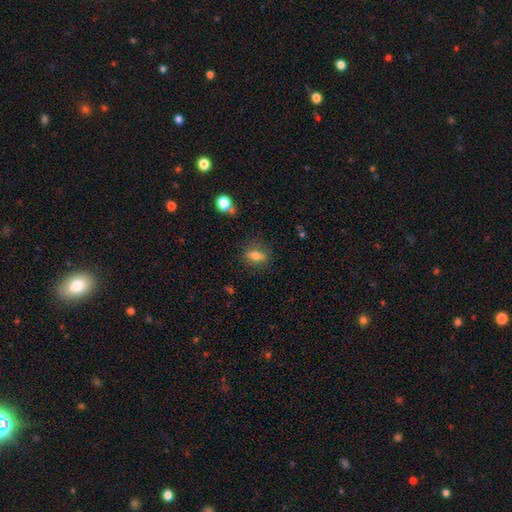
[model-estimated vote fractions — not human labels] Morphology: type=smooth (72%); roundness=in between (69%); merging=none (80%).